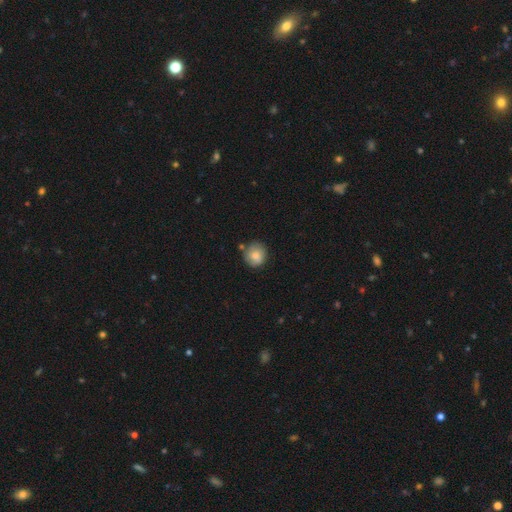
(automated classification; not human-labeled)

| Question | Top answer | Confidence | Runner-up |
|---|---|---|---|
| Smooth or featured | smooth | 78% | featured or disk (14%) |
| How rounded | round | 87% | in between (12%) |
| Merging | none | 70% | minor disturbance (19%) |